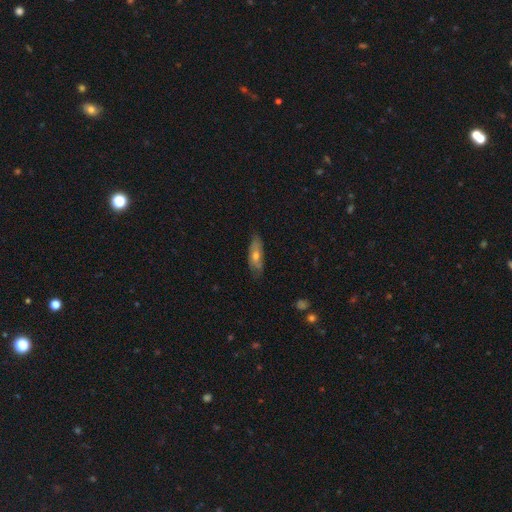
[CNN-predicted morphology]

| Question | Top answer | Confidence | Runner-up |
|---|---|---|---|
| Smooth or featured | smooth | 53% | featured or disk (40%) |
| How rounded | in between | 56% | cigar-shaped (41%) |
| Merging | none | 74% | minor disturbance (21%) |